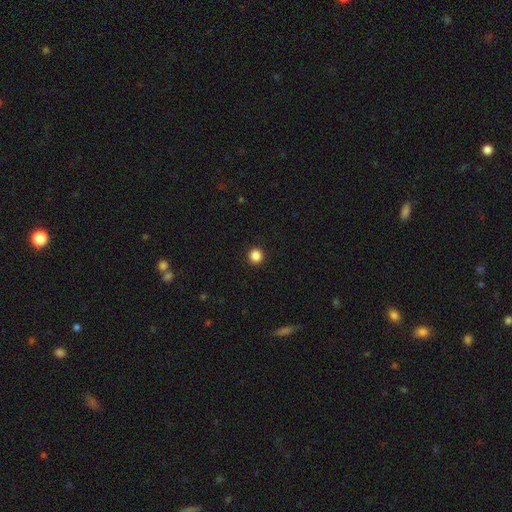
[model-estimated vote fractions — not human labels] This appears to be a smooth galaxy with no disk features (87%) that is round (94%). Merging: none (93%).